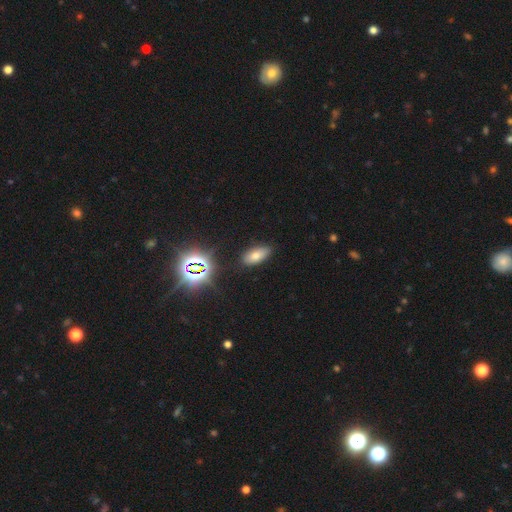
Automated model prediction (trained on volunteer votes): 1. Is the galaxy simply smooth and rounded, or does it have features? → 63% smooth, 25% star or artifact, 12% featured or disk.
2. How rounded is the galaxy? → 87% in between, 8% cigar-shaped, 5% round.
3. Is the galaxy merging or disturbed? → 87% none, 9% minor disturbance, 3% major disturbance, 2% merger.